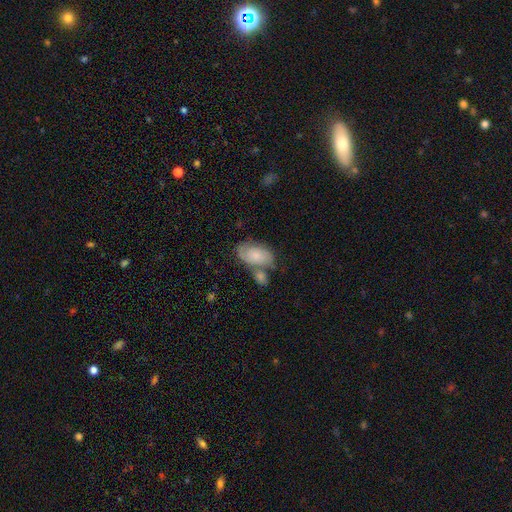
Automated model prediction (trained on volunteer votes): Smooth or featured: smooth — 47% (featured or disk — 46%)
Merging: none — 42% (merger — 29%)